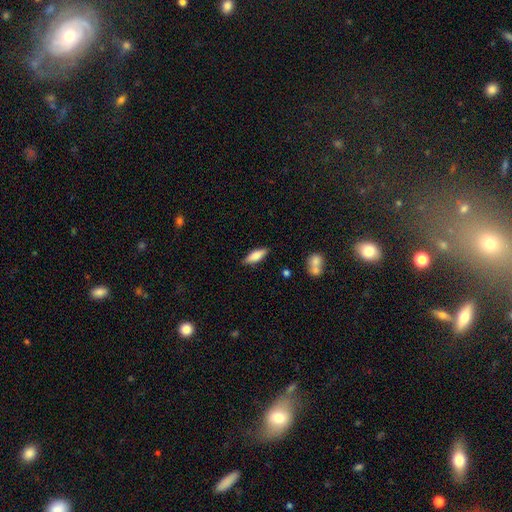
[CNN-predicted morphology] A smooth galaxy with no disk features (74%) that is in between round and cigar-shaped (59%). Merging: none (85%).